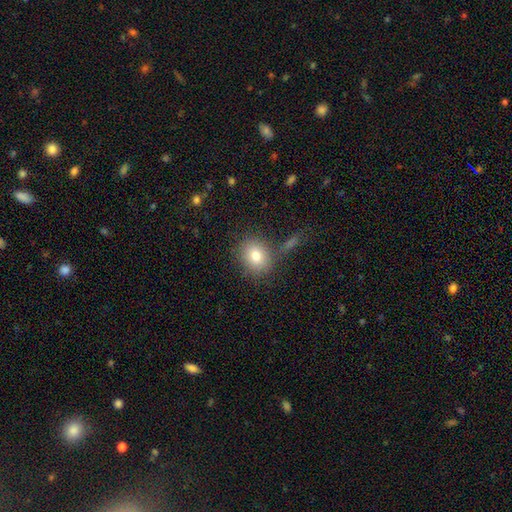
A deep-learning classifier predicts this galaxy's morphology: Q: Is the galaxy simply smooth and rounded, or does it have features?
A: smooth — 80%.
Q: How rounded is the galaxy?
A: round — 65%.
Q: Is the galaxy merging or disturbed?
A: none — 74%.